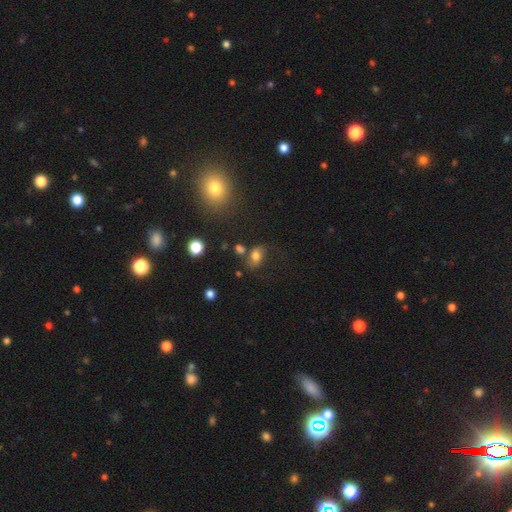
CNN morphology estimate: Smooth or featured: smooth — 65% (featured or disk — 23%)
How rounded: in between — 76% (round — 22%)
Merging: none — 54% (minor disturbance — 21%)